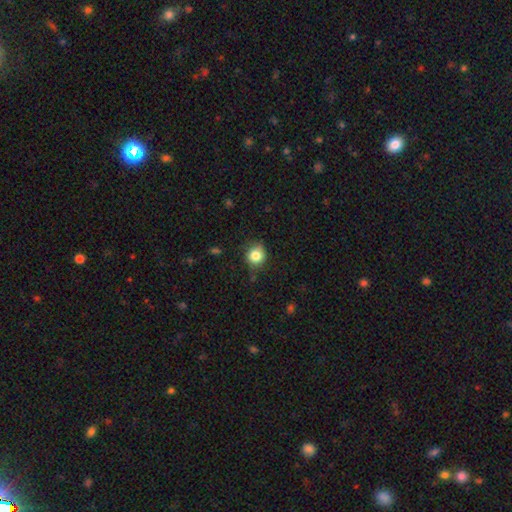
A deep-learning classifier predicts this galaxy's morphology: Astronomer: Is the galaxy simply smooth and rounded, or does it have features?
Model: smooth — 82%.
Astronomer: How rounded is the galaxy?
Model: round — 82%.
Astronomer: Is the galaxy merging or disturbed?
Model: none — 75%.